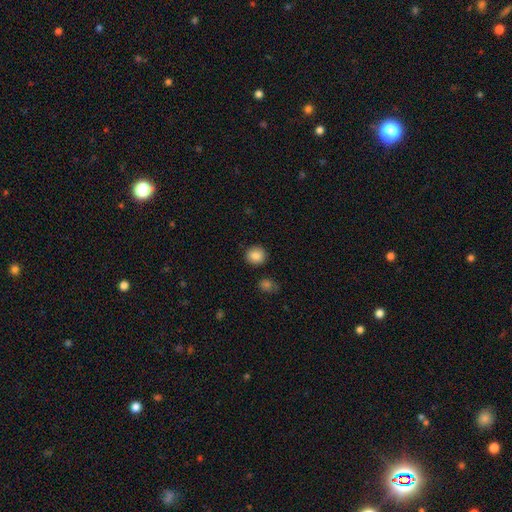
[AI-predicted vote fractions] A smooth galaxy with no disk features (87%) that is round (88%).

Vote fractions:
- Smooth or featured? smooth: 87% / star or artifact: 8% / featured or disk: 5%
- How rounded? round: 88% / in between: 11% / cigar-shaped: 1%
- Merging? none: 90% / minor disturbance: 6% / merger: 2% / major disturbance: 2%